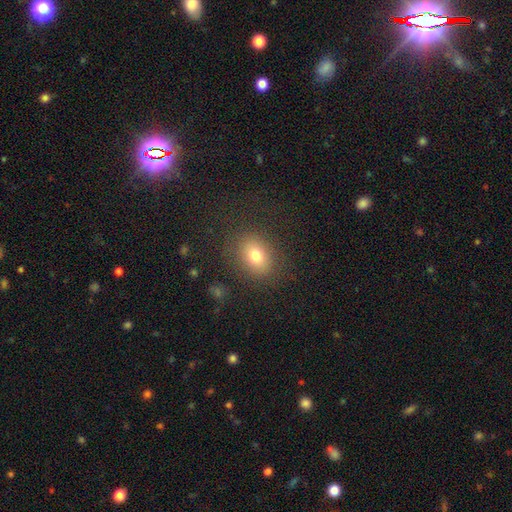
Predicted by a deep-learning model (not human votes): Smooth or featured?
  - smooth: 77% *
  - star or artifact: 12%
  - featured or disk: 11%
How rounded?
  - in between: 58% *
  - round: 41%
  - cigar-shaped: 1%
Merging?
  - none: 83% *
  - minor disturbance: 11%
  - major disturbance: 5%
  - merger: 1%